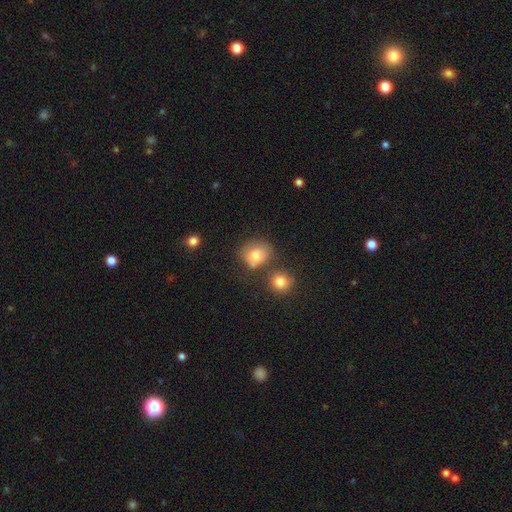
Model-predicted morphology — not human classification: Q: Smooth or featured?
A: smooth (76%); runner-up: featured or disk (13%)
Q: How rounded?
A: round (69%); runner-up: in between (30%)
Q: Merging?
A: none (57%); runner-up: minor disturbance (21%)